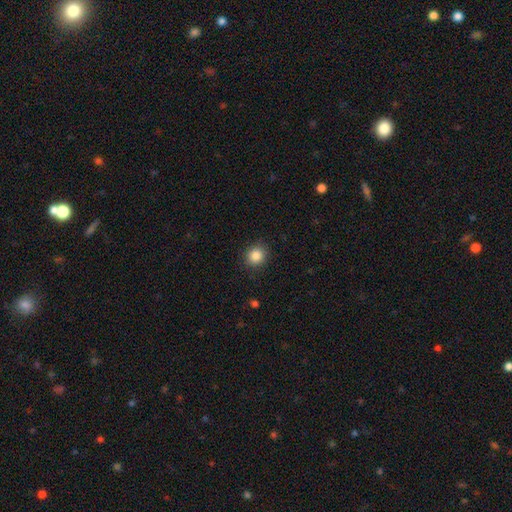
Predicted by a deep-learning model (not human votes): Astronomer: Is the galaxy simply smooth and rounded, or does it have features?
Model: smooth — 86%.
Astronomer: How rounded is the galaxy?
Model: round — 83%.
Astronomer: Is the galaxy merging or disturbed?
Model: none — 89%.